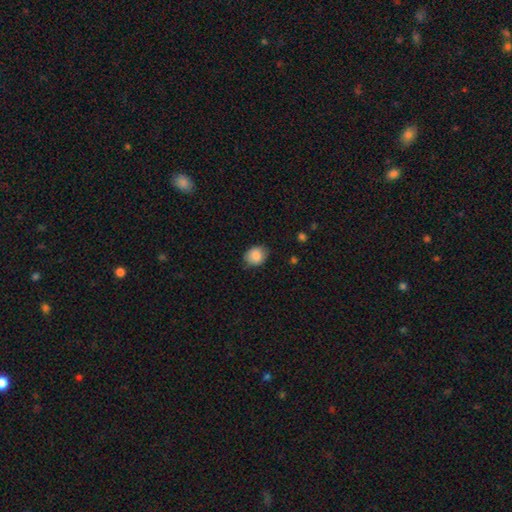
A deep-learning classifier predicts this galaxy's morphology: Smooth or featured? smooth (86%)
How rounded? round (60%)
Merging? none (79%)